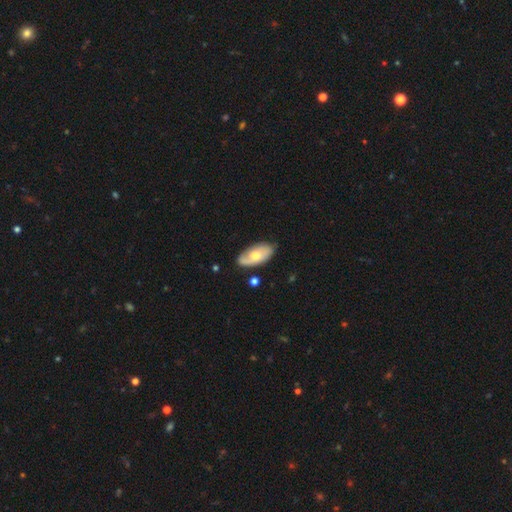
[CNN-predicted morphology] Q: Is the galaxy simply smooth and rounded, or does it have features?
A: smooth — 51%.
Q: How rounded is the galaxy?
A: in between — 92%.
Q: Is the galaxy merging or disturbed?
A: none — 69%.